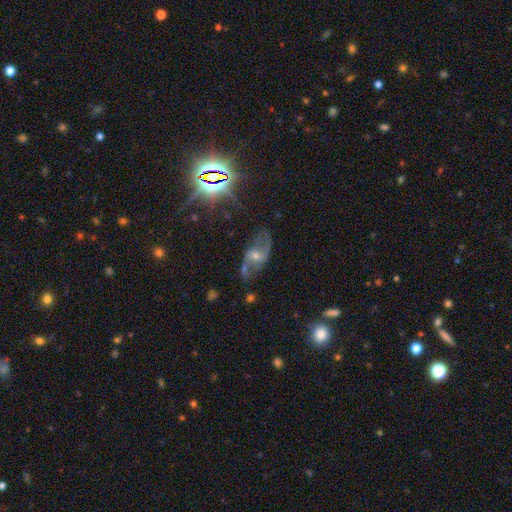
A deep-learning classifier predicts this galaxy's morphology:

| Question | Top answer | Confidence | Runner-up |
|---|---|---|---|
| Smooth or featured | featured or disk | 70% | star or artifact (20%) |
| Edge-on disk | no | 93% | yes (7%) |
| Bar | no | 51% | weak (36%) |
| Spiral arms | yes | 90% | no (10%) |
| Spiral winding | loose | 55% | medium (34%) |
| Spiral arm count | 2 | 85% | can't tell (7%) |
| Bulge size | moderate | 51% | small (42%) |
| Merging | none | 67% | minor disturbance (17%) |